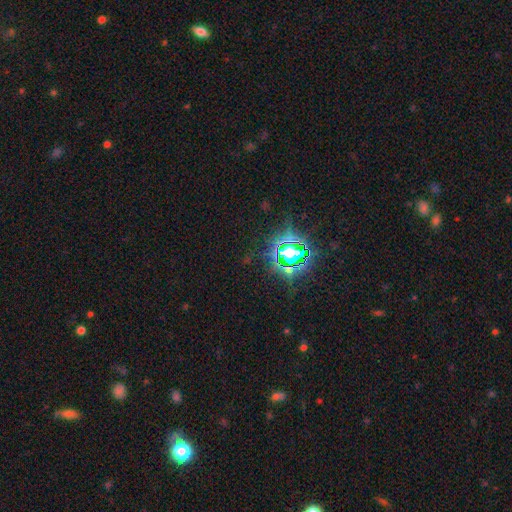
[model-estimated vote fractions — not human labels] Overall: star or artifact (81%).